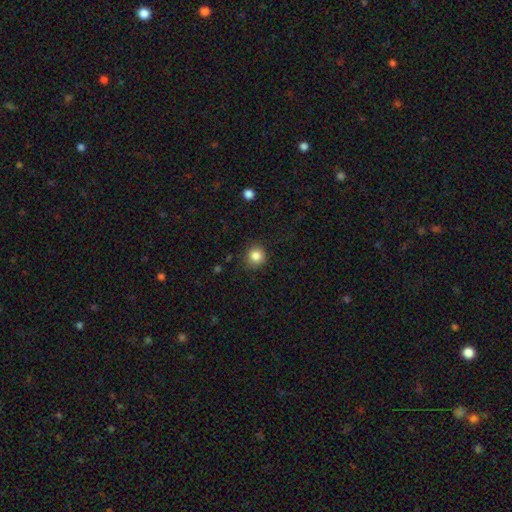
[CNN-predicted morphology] Smooth or featured?
  - smooth: 85% *
  - star or artifact: 11%
  - featured or disk: 5%
How rounded?
  - round: 90% *
  - in between: 9%
  - cigar-shaped: 1%
Merging?
  - none: 86% *
  - minor disturbance: 10%
  - major disturbance: 3%
  - merger: 1%